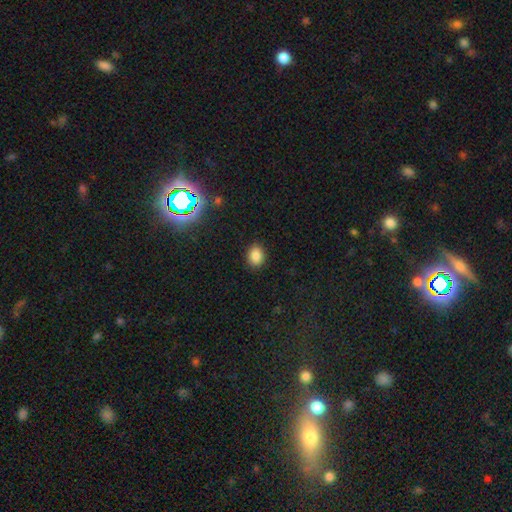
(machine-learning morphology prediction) Smooth or featured: smooth — 84% (star or artifact — 11%)
How rounded: in between — 53% (round — 46%)
Merging: none — 89% (minor disturbance — 8%)